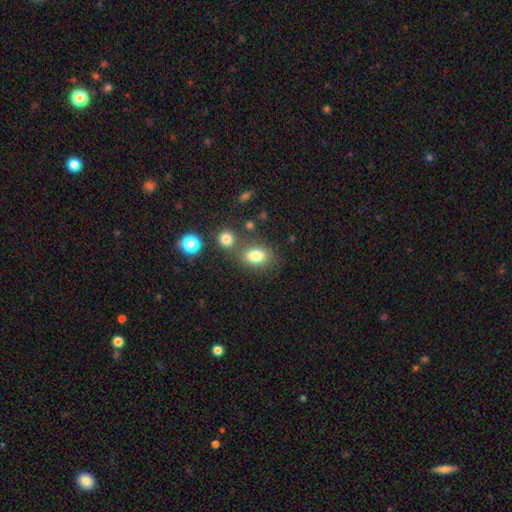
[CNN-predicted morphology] Smooth or featured?
  - smooth: 81% *
  - star or artifact: 11%
  - featured or disk: 9%
How rounded?
  - in between: 75% *
  - round: 23%
  - cigar-shaped: 2%
Merging?
  - none: 66% *
  - merger: 17%
  - minor disturbance: 13%
  - major disturbance: 5%